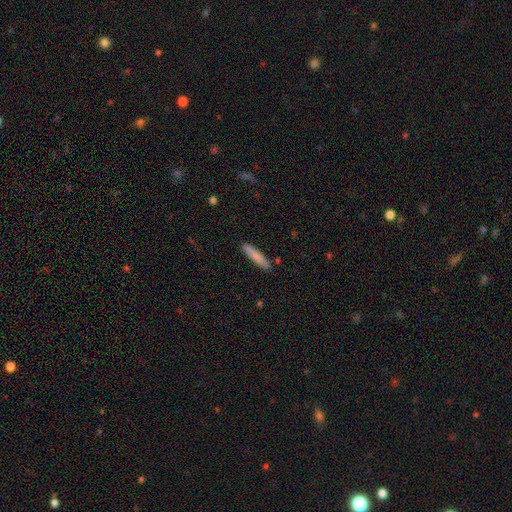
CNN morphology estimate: A smooth galaxy with no disk features (79%) that is cigar-shaped (92%).

Vote fractions:
- Smooth or featured? smooth: 79% / featured or disk: 15% / star or artifact: 6%
- How rounded? cigar-shaped: 92% / in between: 7% / round: 1%
- Merging? none: 89% / minor disturbance: 8% / merger: 2% / major disturbance: 2%